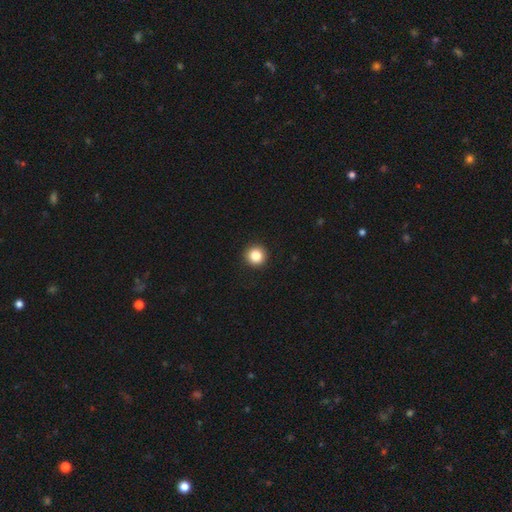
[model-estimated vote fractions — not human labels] This is clearly a smooth galaxy (86%). How rounded: clearly round (95%). Merging: clearly none (93%).